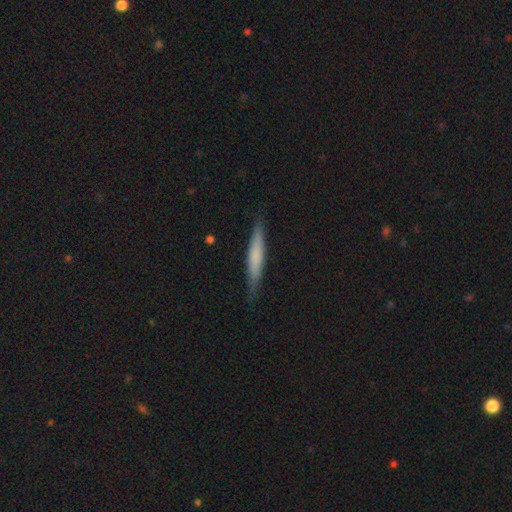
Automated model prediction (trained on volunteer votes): Overall: smooth (64%; featured or disk 31%). How rounded: cigar-shaped (94%). Merging: none (86%).